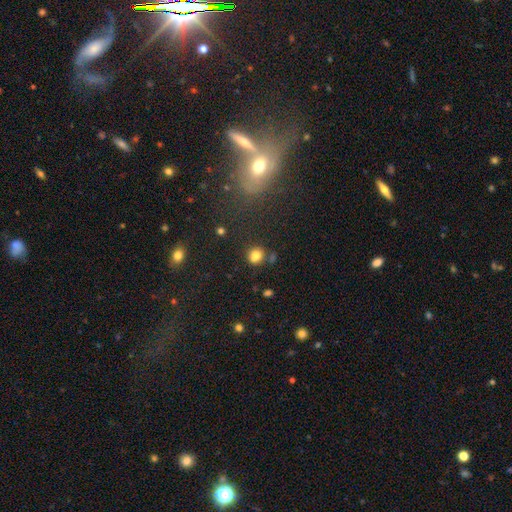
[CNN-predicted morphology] Smooth or featured?
  - smooth: 80% *
  - star or artifact: 13%
  - featured or disk: 7%
How rounded?
  - round: 78% *
  - in between: 21%
  - cigar-shaped: 1%
Merging?
  - none: 69% *
  - minor disturbance: 13%
  - merger: 13%
  - major disturbance: 4%